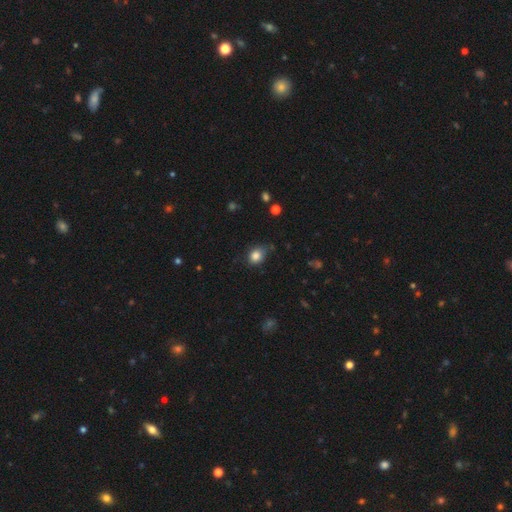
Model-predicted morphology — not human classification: A smooth galaxy with no disk features (83%) that is round (55%).

Vote fractions:
- Smooth or featured? smooth: 83% / star or artifact: 11% / featured or disk: 6%
- How rounded? round: 55% / in between: 44% / cigar-shaped: 1%
- Merging? none: 69% / minor disturbance: 24% / major disturbance: 5% / merger: 3%